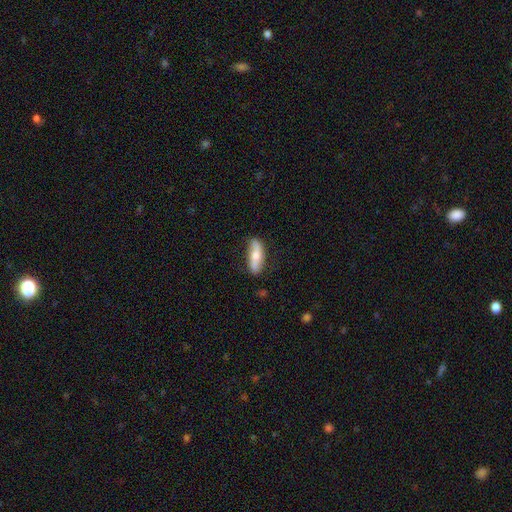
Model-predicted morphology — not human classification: Smooth or featured: smooth — 56% (featured or disk — 38%)
How rounded: in between — 56% (cigar-shaped — 41%)
Merging: none — 81% (minor disturbance — 15%)